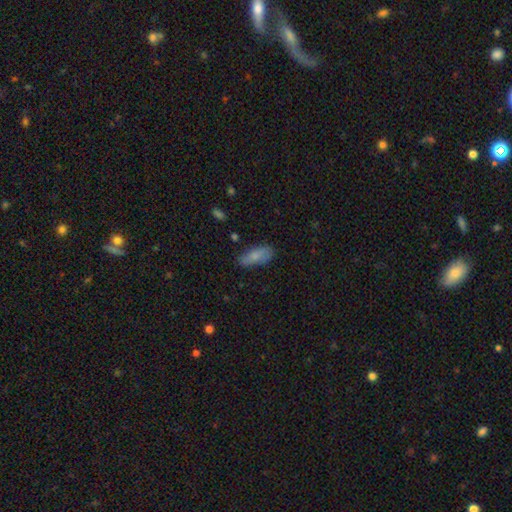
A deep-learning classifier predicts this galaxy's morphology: Smooth or featured? Predicted: smooth (p=0.76). How rounded? Predicted: in between (p=0.75). Merging? Predicted: none (p=0.73).